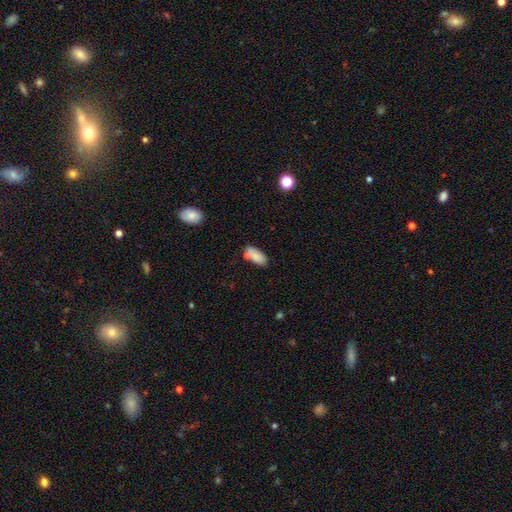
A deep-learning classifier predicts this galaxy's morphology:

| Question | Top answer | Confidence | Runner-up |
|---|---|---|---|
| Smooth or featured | smooth | 80% | featured or disk (11%) |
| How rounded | in between | 86% | cigar-shaped (10%) |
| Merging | none | 55% | merger (21%) |